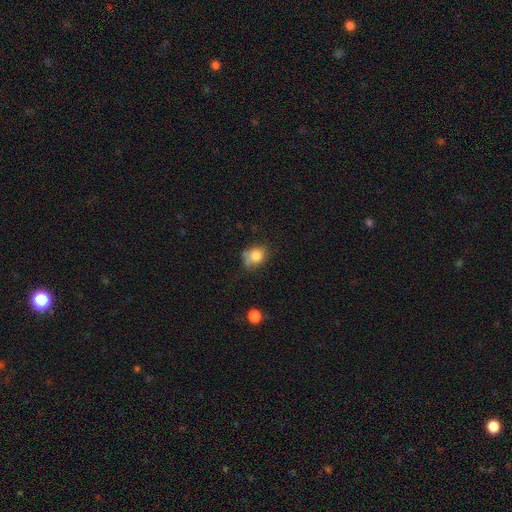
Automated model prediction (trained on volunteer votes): Overall: smooth (80%). How rounded: round (58%; in between 41%). Merging: none (51%; minor disturbance 28%).